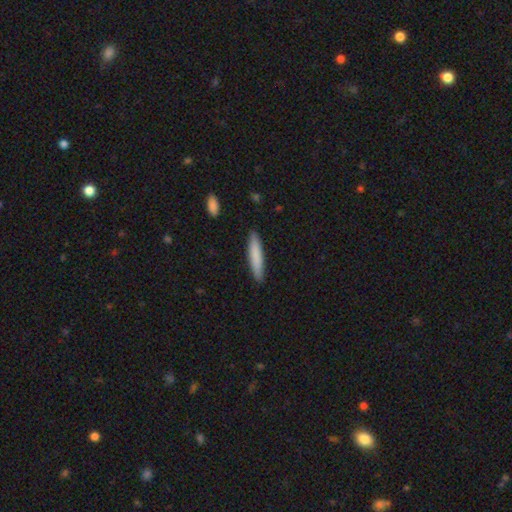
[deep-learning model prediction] The model was most divided on "smooth or featured": smooth: 81%, featured or disk: 13%, star or artifact: 5%. More confident: how rounded — cigar-shaped (90%); merging — none (89%).